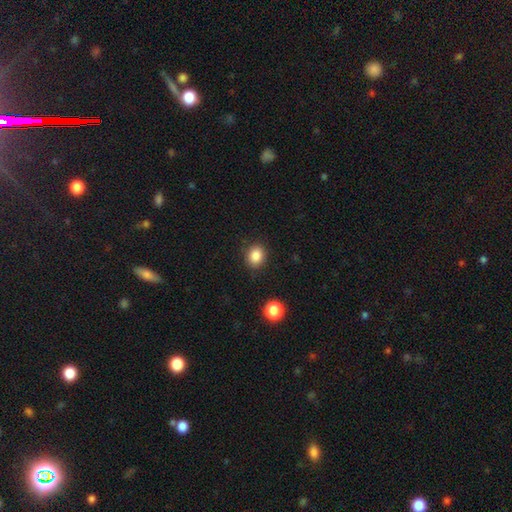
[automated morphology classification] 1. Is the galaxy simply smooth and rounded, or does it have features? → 85% smooth, 10% star or artifact, 4% featured or disk.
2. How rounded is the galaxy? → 57% round, 42% in between, 1% cigar-shaped.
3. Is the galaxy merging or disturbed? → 86% none, 9% minor disturbance, 3% major disturbance, 2% merger.